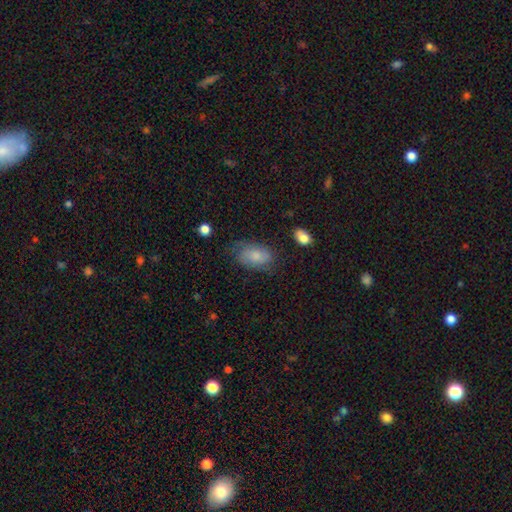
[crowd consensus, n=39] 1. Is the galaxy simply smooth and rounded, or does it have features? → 69% smooth, 26% featured or disk, 5% star or artifact.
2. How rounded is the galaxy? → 89% in between, 11% round, 0% cigar-shaped.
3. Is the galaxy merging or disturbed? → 62% none, 24% minor disturbance, 11% major disturbance, 3% merger.